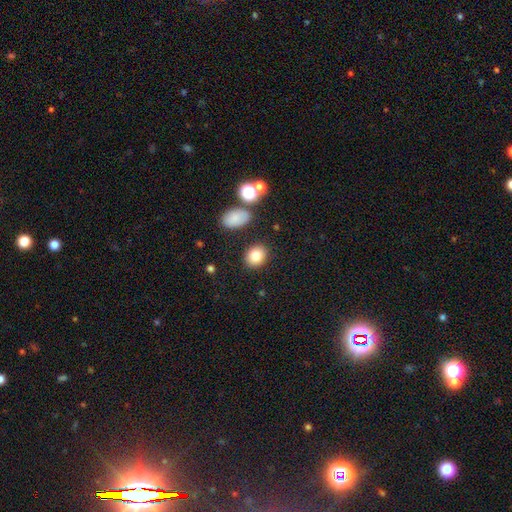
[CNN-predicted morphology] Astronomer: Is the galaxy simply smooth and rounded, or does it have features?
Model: smooth — 83%.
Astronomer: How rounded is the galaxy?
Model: in between — 52% (runner-up: round, 47%).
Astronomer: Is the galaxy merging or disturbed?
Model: none — 85%.